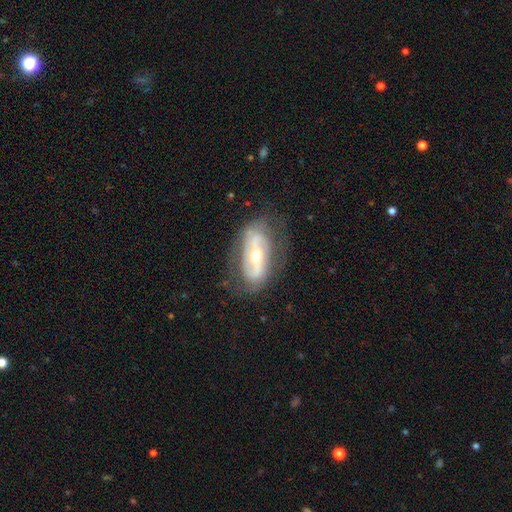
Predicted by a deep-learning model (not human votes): featured or disk 78%, smooth 16%, star or artifact 6%. Down the decision tree: edge-on disk — no (90%); bar — strong (39%); spiral arms — yes (72%); spiral arm count — 2 (67%); spiral winding — tight (40%); bulge size — moderate (55%); merging — none (71%).